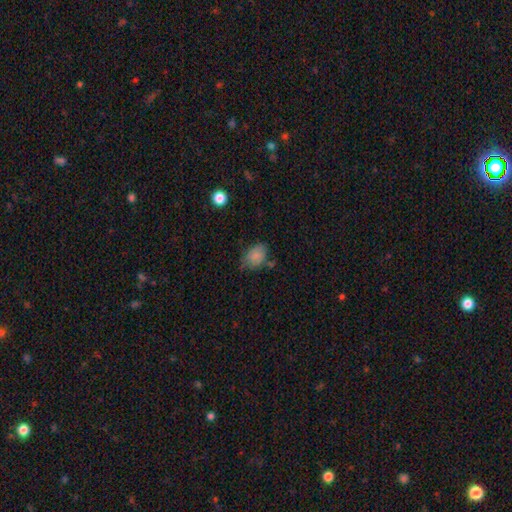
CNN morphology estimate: type=smooth (83%); roundness=in between (71%); merging=none (59%).